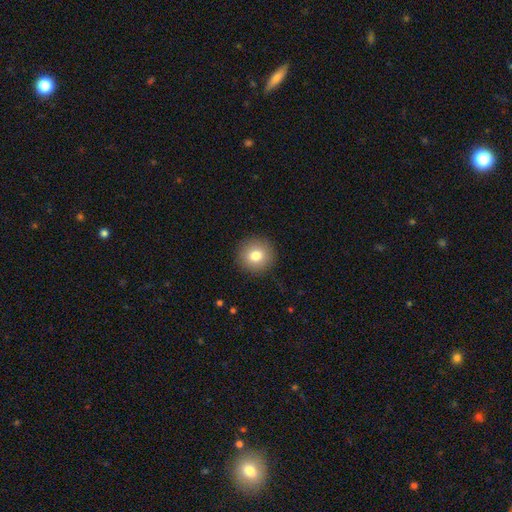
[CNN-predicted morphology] This is clearly a smooth galaxy (81%). How rounded: clearly round (93%). Merging: clearly none (91%).